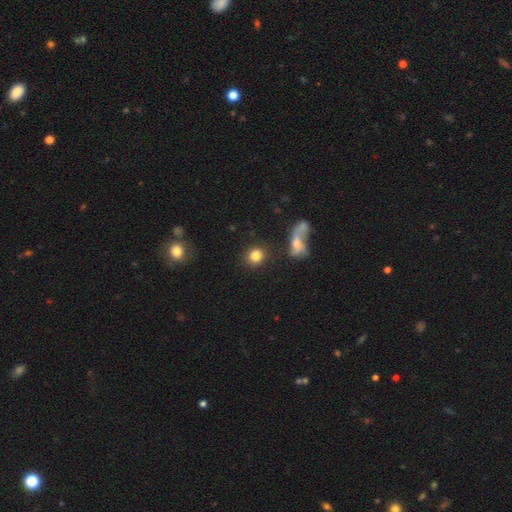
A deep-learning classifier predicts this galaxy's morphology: smooth_or_featured: smooth (p=0.82) [alt: star or artifact p=0.10]
how_rounded: round (p=0.84) [alt: in between p=0.14]
merging: none (p=0.76) [alt: merger p=0.10]